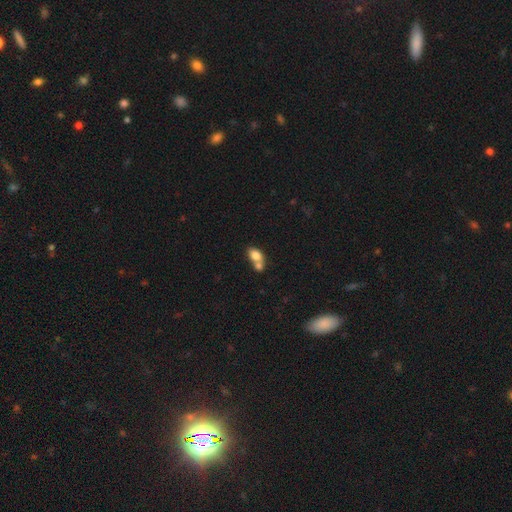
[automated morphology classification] A smooth galaxy with no disk features (77%) that is in between round and cigar-shaped (73%). Merging: merger (64%).